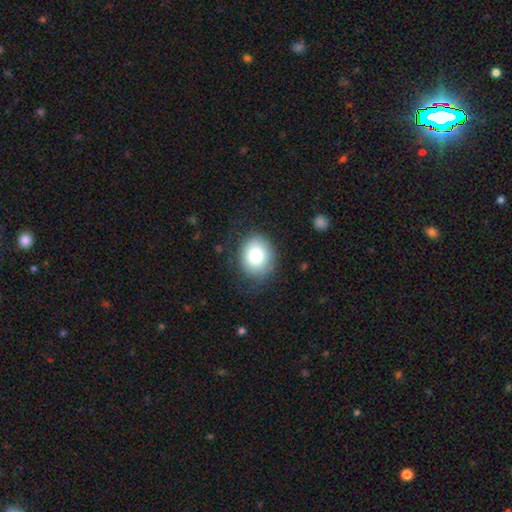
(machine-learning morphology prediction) Overall: smooth (78%). How rounded: round (62%; in between 37%). Merging: none (78%).